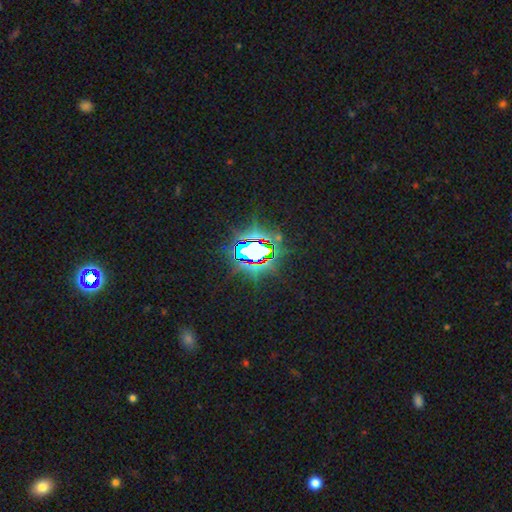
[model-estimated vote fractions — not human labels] Overall: star or artifact (80%).